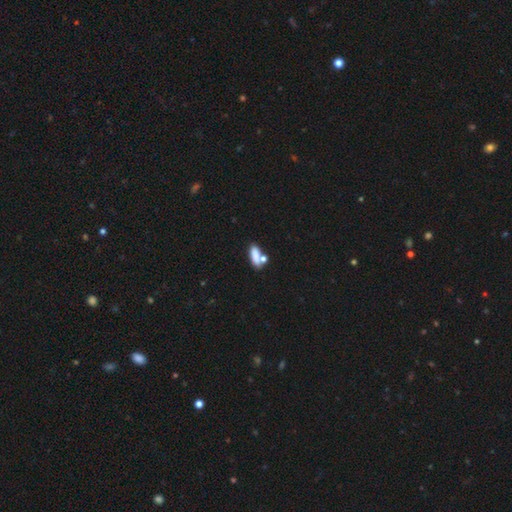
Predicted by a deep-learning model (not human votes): smooth 79%, featured or disk 12%, star or artifact 10%. Down the decision tree: how rounded — in between (68%); merging — none (50%).